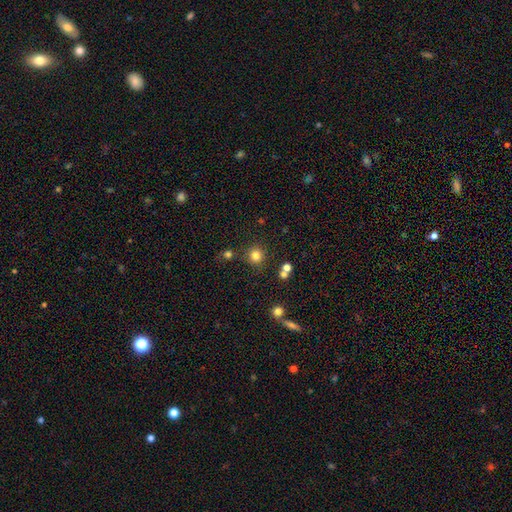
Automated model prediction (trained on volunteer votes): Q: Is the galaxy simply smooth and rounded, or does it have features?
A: smooth — 80%.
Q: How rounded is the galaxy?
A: round — 93%.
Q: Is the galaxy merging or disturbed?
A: none — 82%.